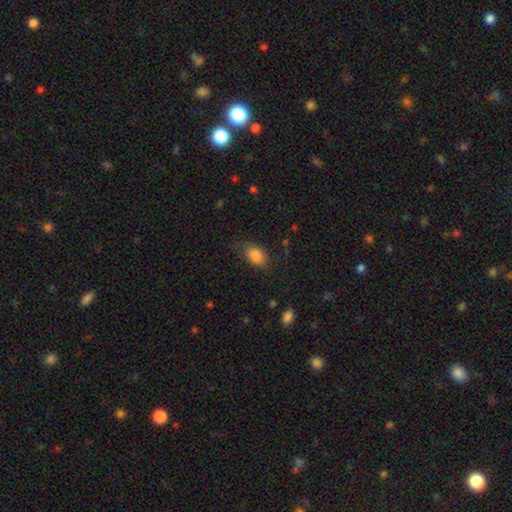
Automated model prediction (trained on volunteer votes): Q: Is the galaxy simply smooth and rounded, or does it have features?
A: smooth — 85%.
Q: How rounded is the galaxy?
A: in between — 88%.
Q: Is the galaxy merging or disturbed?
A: none — 67%.